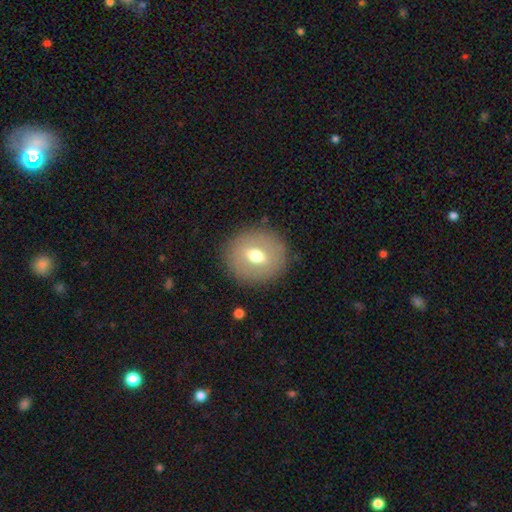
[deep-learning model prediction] smooth-or-featured: smooth: 58% | featured or disk: 33% | star or artifact: 9%
  how-rounded: round: 81% | in between: 18% | cigar-shaped: 1%
  merging: none: 86% | minor disturbance: 8% | major disturbance: 4% | merger: 1%